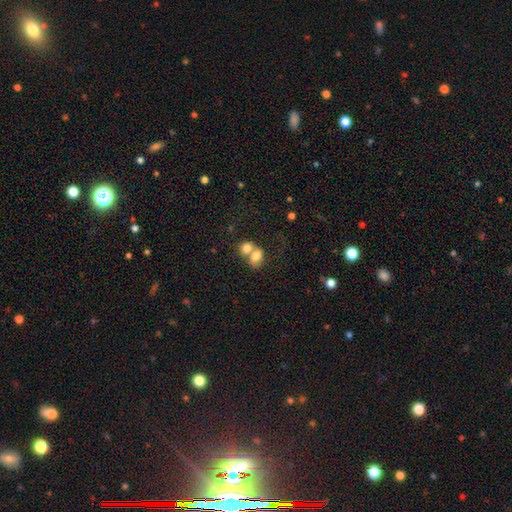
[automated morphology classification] This is likely a smooth galaxy (75%). How rounded: possibly in between (60%). Merging: likely merger (70%).